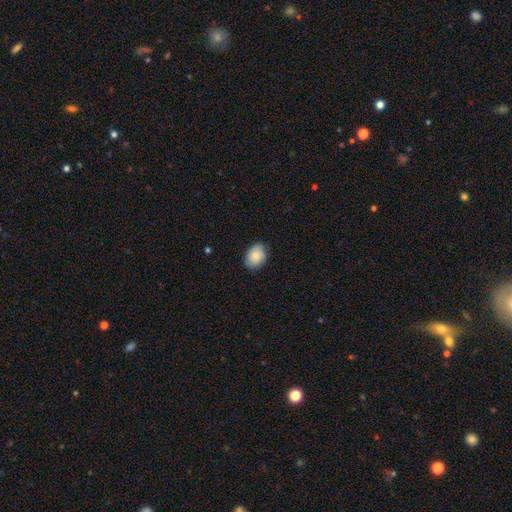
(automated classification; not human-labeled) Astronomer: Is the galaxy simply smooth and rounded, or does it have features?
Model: smooth — 79%.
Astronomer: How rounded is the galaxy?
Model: in between — 69%.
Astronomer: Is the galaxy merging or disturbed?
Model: none — 79%.